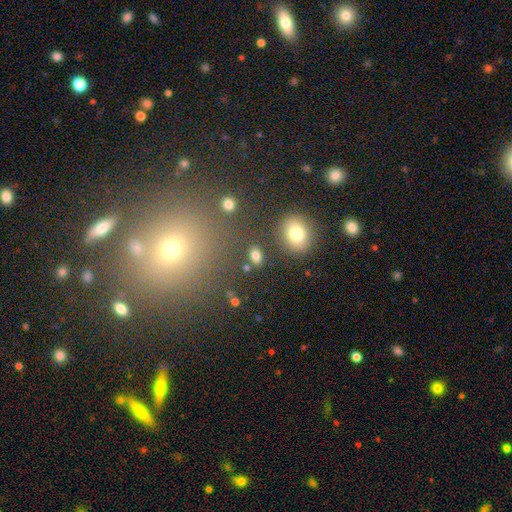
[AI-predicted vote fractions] Morphology: type=smooth (80%); roundness=in between (78%); merging=none (81%).